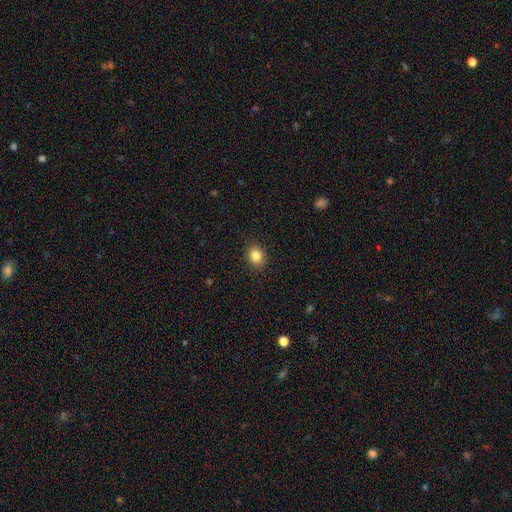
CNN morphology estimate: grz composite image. It shows a smooth galaxy with no disk features (84%) that is in between round and cigar-shaped (50%). Merging: none (90%).